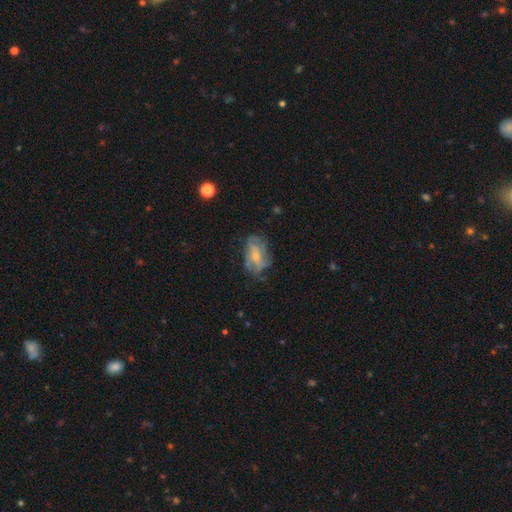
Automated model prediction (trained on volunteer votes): smooth-or-featured: featured or disk: 61% | smooth: 31% | star or artifact: 9%
  disk-edge-on: no: 95% | yes: 5%
    bar: no: 63% | weak: 29% | strong: 8%
    has-spiral-arms: yes: 61% | no: 39%
    bulge-size: small: 55% | moderate: 35% | none: 7% | large: 3% | dominant: 1%
  merging: none: 51% | minor disturbance: 27% | major disturbance: 20% | merger: 2%